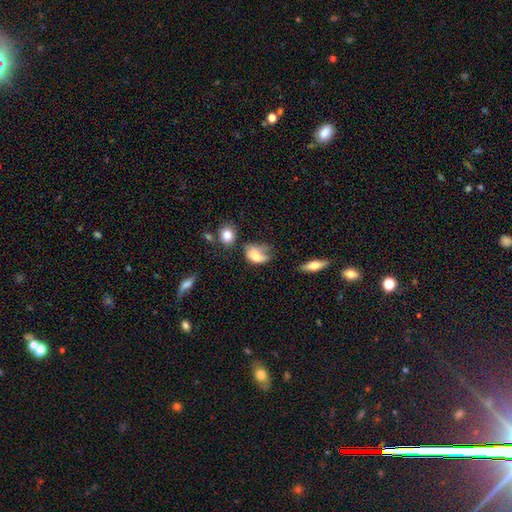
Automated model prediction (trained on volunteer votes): Morphology: type=smooth (66%); roundness=in between (78%); merging=major disturbance (37%).